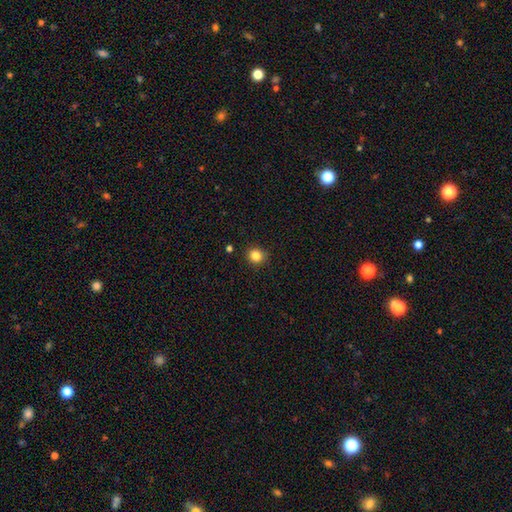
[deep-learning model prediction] Smooth or featured? smooth (84%)
How rounded? round (90%)
Merging? none (91%)